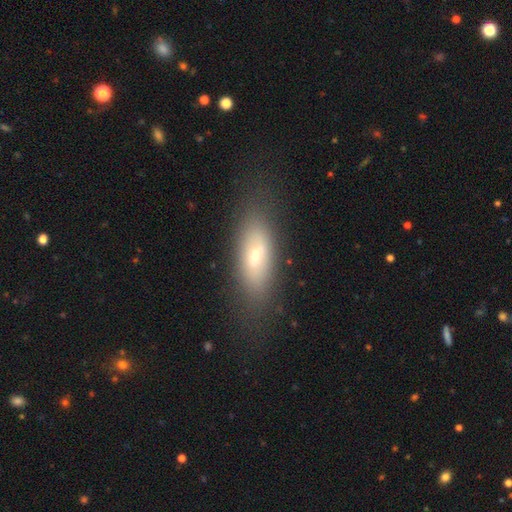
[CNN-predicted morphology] smooth 61%, featured or disk 30%, star or artifact 9%. Down the decision tree: how rounded — in between (69%); merging — none (74%).